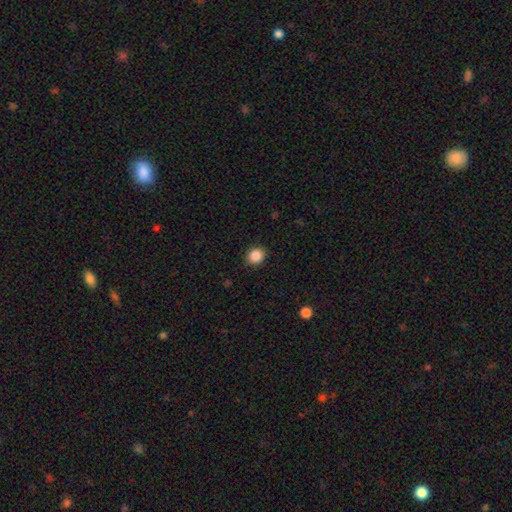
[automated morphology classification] A smooth galaxy with no disk features (87%) that is round (81%).

Vote fractions:
- Smooth or featured? smooth: 87% / star or artifact: 10% / featured or disk: 4%
- How rounded? round: 81% / in between: 18% / cigar-shaped: 1%
- Merging? none: 91% / minor disturbance: 6% / major disturbance: 2% / merger: 1%